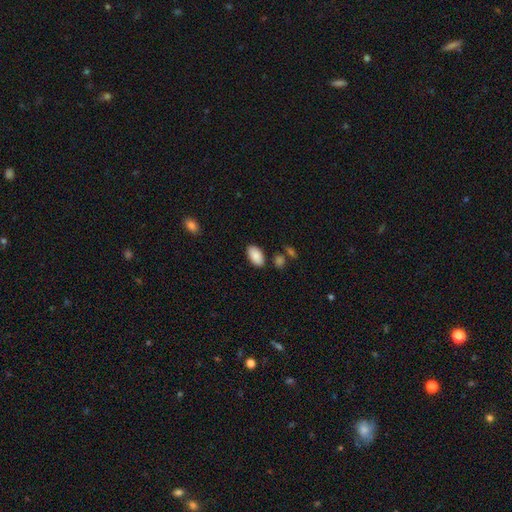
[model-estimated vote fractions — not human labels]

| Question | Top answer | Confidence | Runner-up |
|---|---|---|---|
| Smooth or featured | smooth | 89% | star or artifact (7%) |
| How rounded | in between | 95% | round (3%) |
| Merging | none | 84% | minor disturbance (10%) |